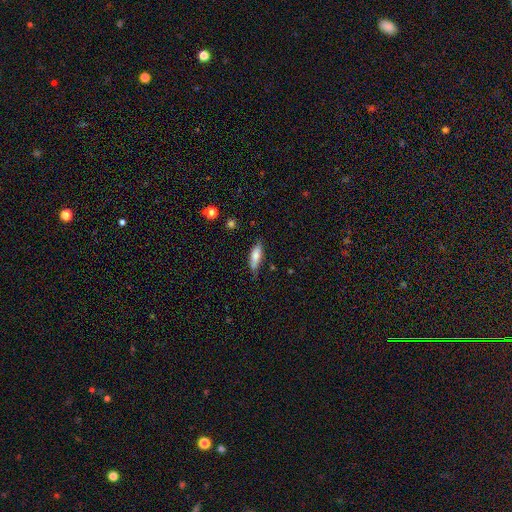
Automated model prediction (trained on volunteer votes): smooth 72%, featured or disk 21%, star or artifact 7%. Down the decision tree: how rounded — cigar-shaped (50%); merging — none (70%).